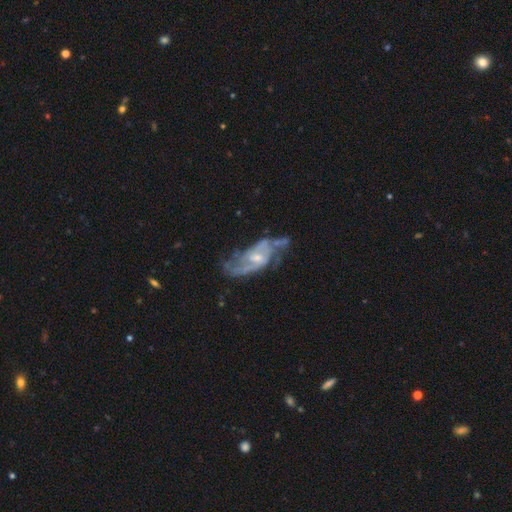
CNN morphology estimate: Q: Smooth or featured?
A: featured or disk (80%); runner-up: star or artifact (10%)
Q: Edge-on disk?
A: no (92%); runner-up: yes (8%)
Q: Bar?
A: no (46%); runner-up: weak (43%)
Q: Spiral arms?
A: yes (92%); runner-up: no (8%)
Q: Spiral winding?
A: medium (45%); runner-up: loose (35%)
Q: Spiral arm count?
A: 2 (54%); runner-up: can't tell (19%)
Q: Bulge size?
A: small (54%); runner-up: moderate (36%)
Q: Merging?
A: none (66%); runner-up: minor disturbance (18%)